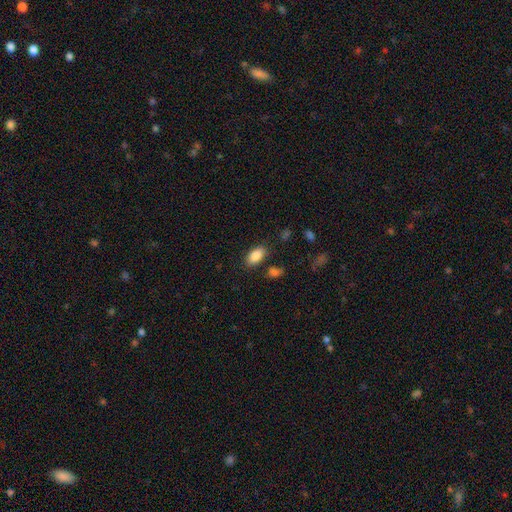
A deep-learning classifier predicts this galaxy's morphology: Smooth or featured?
  - smooth: 87% *
  - star or artifact: 7%
  - featured or disk: 5%
How rounded?
  - in between: 92% *
  - round: 4%
  - cigar-shaped: 4%
Merging?
  - none: 82% *
  - minor disturbance: 11%
  - merger: 4%
  - major disturbance: 3%